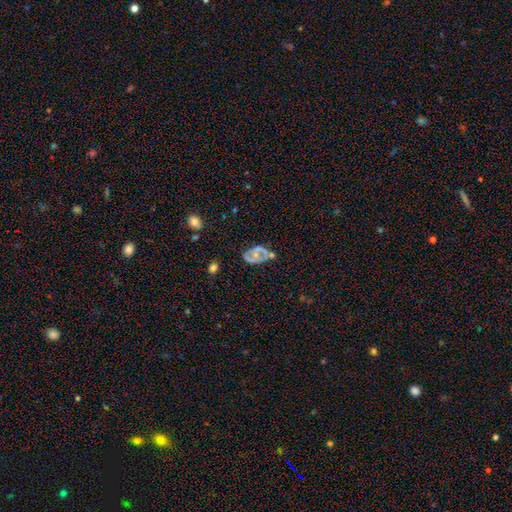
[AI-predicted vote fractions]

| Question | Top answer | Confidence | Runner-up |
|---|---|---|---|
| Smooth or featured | featured or disk | 54% | smooth (35%) |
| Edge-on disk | no | 96% | yes (4%) |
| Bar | no | 69% | weak (23%) |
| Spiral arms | no | 56% | yes (44%) |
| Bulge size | small | 49% | moderate (35%) |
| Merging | none | 50% | minor disturbance (26%) |